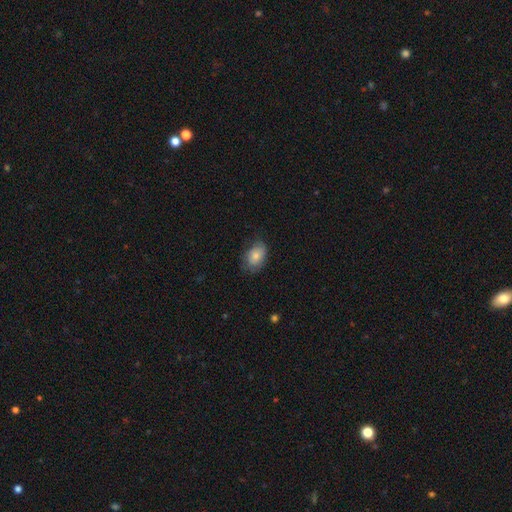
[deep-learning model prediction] A smooth galaxy with no disk features (74%) that is in between round and cigar-shaped (82%).

Vote fractions:
- Smooth or featured? smooth: 74% / featured or disk: 19% / star or artifact: 7%
- How rounded? in between: 82% / round: 17% / cigar-shaped: 1%
- Merging? none: 66% / minor disturbance: 25% / major disturbance: 8% / merger: 1%